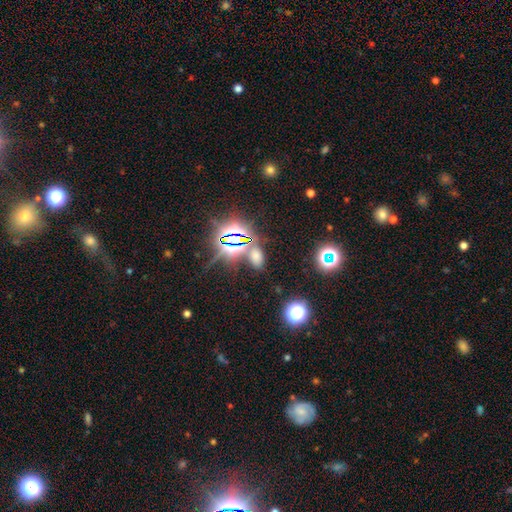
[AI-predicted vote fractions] A star or artifact, not a galaxy (47%).